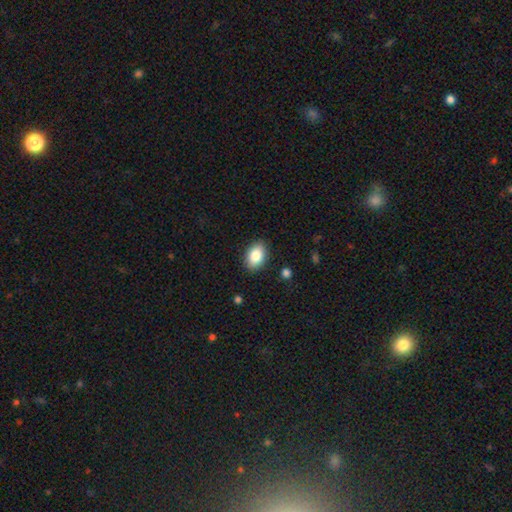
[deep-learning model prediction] Morphology: type=smooth (84%); roundness=in between (87%); merging=none (88%).